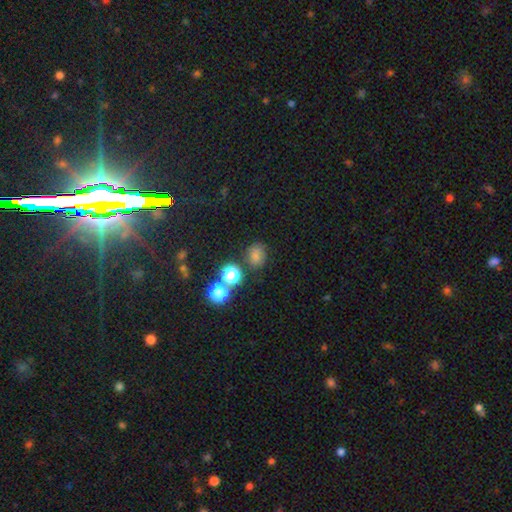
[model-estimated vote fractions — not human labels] Smooth or featured: smooth — 72% (star or artifact — 21%)
How rounded: round — 59% (in between — 40%)
Merging: none — 72% (minor disturbance — 14%)